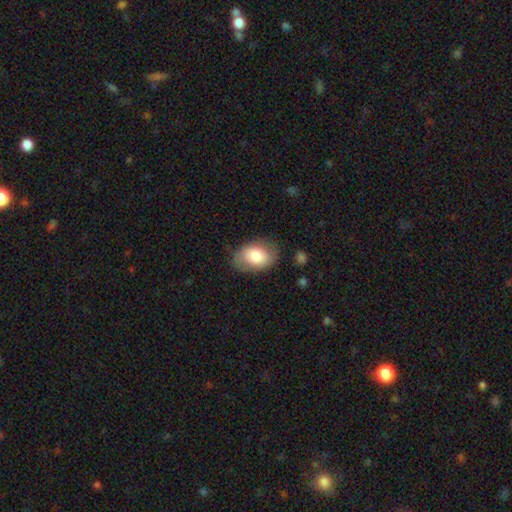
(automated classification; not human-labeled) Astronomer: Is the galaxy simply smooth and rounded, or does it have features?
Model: smooth — 77%.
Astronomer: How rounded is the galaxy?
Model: in between — 84%.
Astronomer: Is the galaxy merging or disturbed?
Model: none — 77%.